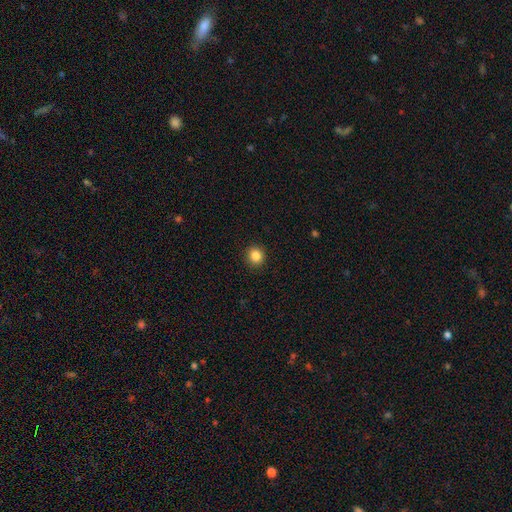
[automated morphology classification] Smooth or featured?
  - smooth: 85% *
  - star or artifact: 11%
  - featured or disk: 5%
How rounded?
  - round: 88% *
  - in between: 11%
  - cigar-shaped: 1%
Merging?
  - none: 92% *
  - minor disturbance: 5%
  - major disturbance: 2%
  - merger: 1%